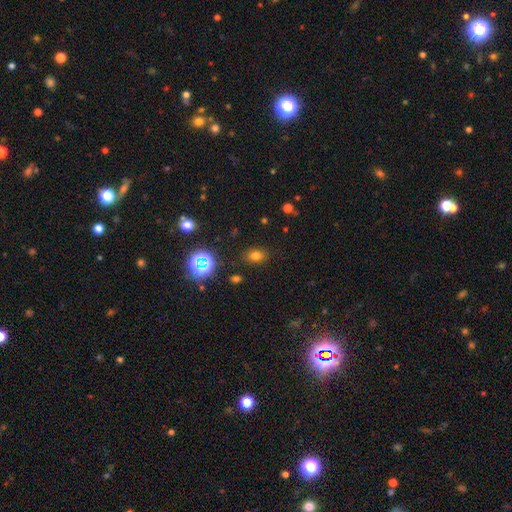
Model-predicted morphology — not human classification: smooth_or_featured: smooth (p=0.71) [alt: star or artifact p=0.21]
how_rounded: in between (p=0.69) [alt: round p=0.29]
merging: none (p=0.84) [alt: minor disturbance p=0.10]